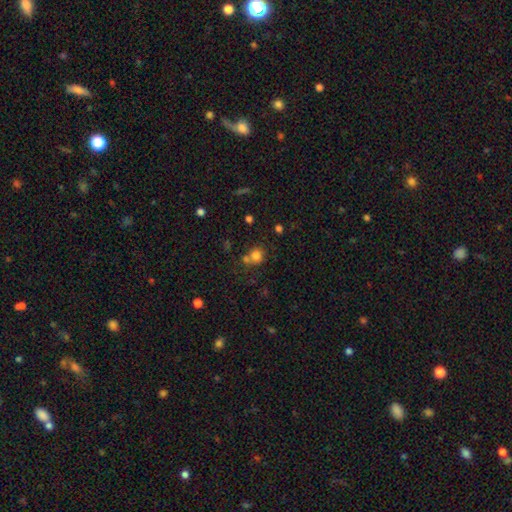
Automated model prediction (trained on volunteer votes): This appears to be a smooth galaxy with no disk features (78%) that is round (83%). Merging: none (56%).